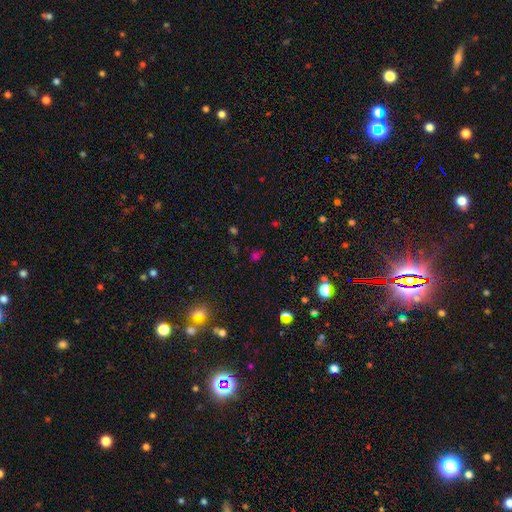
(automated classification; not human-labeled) A smooth galaxy with no disk features (49%). Merging: none (73%).